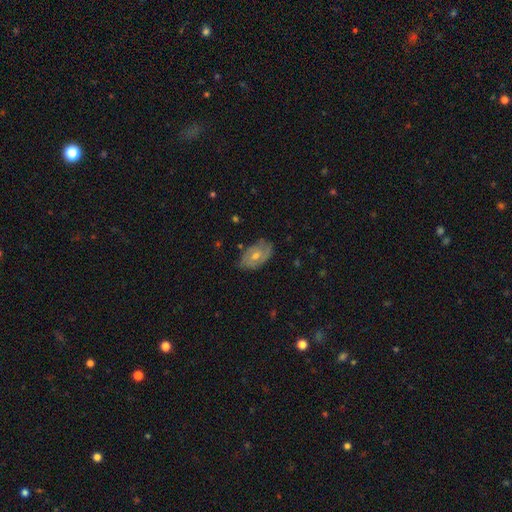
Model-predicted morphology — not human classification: featured or disk 56%, smooth 34%, star or artifact 10%. Down the decision tree: edge-on disk — no (92%); bar — no (72%); spiral arms — yes (63%); bulge size — moderate (58%); merging — none (77%).